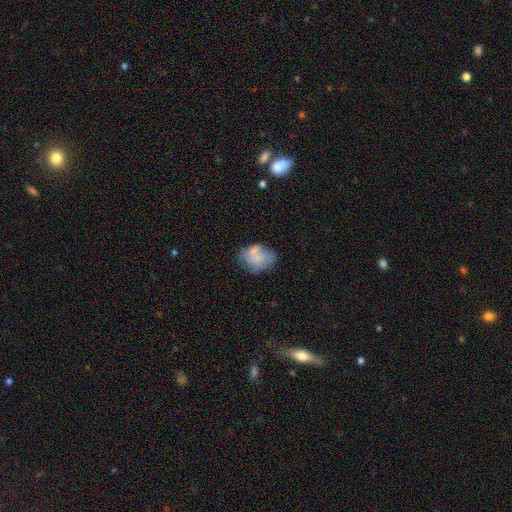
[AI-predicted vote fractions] A smooth galaxy with no disk features (61%) that is in between round and cigar-shaped (66%). Merging: none (47%).